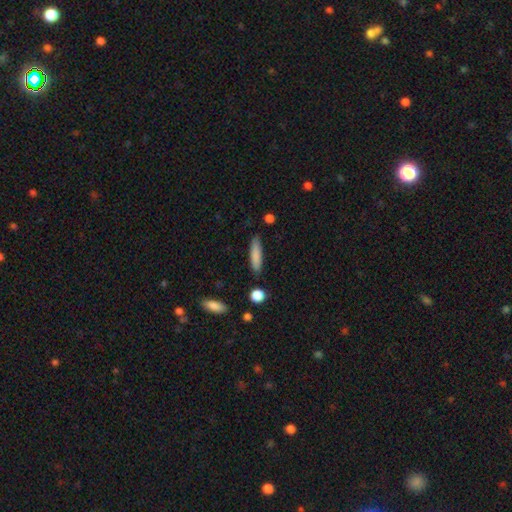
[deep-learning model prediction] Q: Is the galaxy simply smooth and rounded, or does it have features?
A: smooth — 83%.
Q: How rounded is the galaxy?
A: cigar-shaped — 77%.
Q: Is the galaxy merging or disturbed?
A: none — 83%.